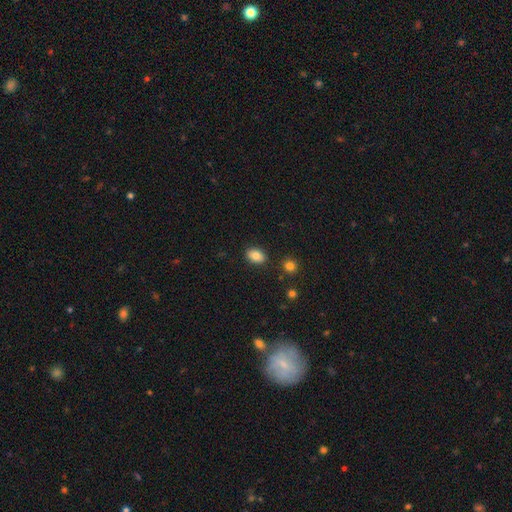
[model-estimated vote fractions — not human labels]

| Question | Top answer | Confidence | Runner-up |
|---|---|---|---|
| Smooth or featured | smooth | 84% | star or artifact (8%) |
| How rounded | in between | 83% | round (16%) |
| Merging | none | 87% | minor disturbance (9%) |